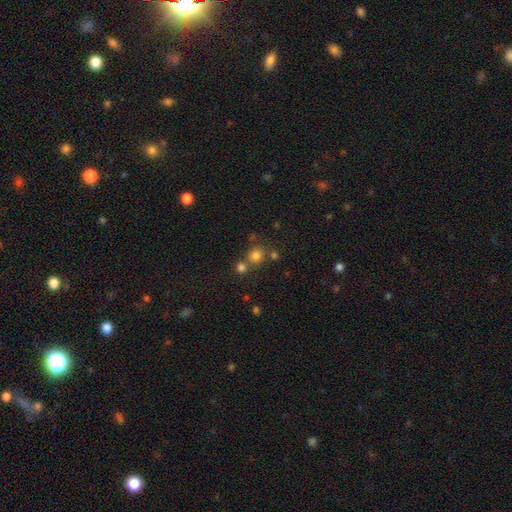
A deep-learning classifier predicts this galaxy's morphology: type=smooth (77%); roundness=round (88%); merging=none (62%).